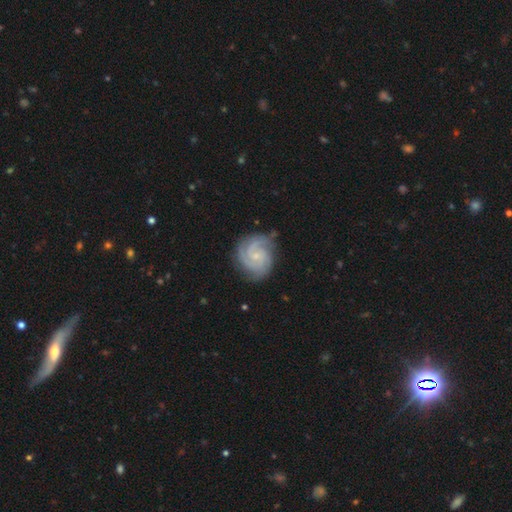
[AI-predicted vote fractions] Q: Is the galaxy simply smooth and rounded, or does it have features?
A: featured or disk — 88%.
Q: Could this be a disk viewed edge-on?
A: no — 98%.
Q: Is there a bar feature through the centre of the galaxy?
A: no — 61%.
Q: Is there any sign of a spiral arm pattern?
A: yes — 98%.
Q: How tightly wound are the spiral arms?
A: tight — 65%.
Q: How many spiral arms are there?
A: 3 — 44%.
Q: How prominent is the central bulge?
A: small — 73%.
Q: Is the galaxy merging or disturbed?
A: none — 78%.